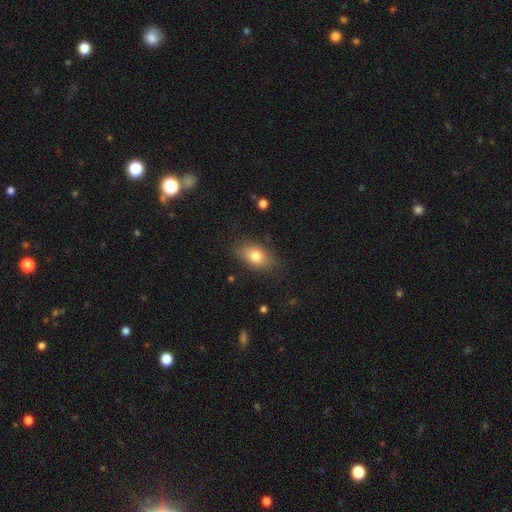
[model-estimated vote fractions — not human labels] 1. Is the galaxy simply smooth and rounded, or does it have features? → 79% smooth, 13% featured or disk, 8% star or artifact.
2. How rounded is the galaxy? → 87% in between, 10% round, 3% cigar-shaped.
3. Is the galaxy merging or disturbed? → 82% none, 13% minor disturbance, 4% major disturbance, 1% merger.